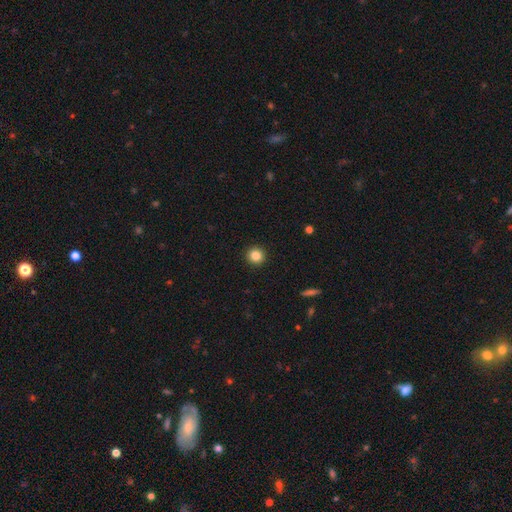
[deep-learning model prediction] A smooth galaxy with no disk features (84%) that is round (95%).

Vote fractions:
- Smooth or featured? smooth: 84% / star or artifact: 11% / featured or disk: 5%
- How rounded? round: 95% / in between: 4% / cigar-shaped: 1%
- Merging? none: 93% / minor disturbance: 4% / major disturbance: 1% / merger: 1%